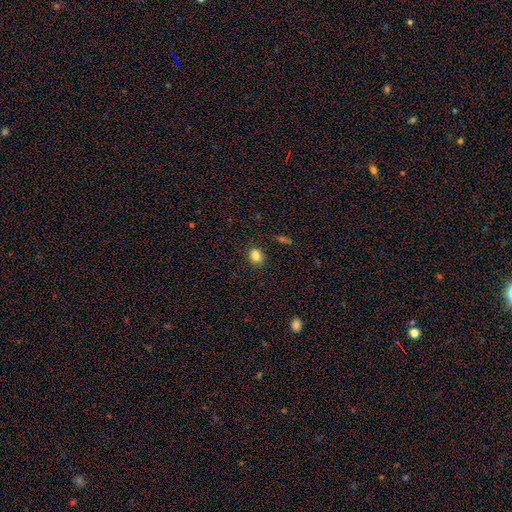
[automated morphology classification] This appears to be a smooth galaxy with no disk features (83%) that is round (63%). Merging: none (85%).